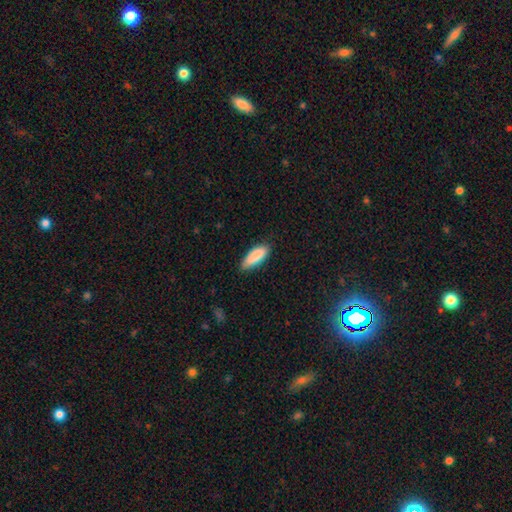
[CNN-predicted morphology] smooth-or-featured: smooth: 88% | star or artifact: 6% | featured or disk: 6%
  how-rounded: in between: 65% | cigar-shaped: 33% | round: 2%
  merging: none: 79% | minor disturbance: 17% | major disturbance: 2% | merger: 1%